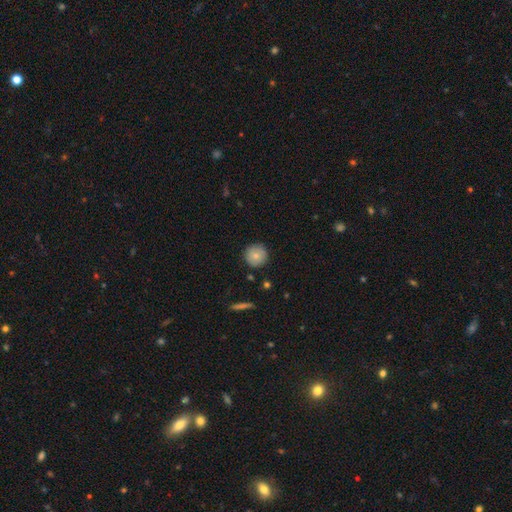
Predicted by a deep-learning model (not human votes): Q: Smooth or featured?
A: smooth (79%); runner-up: featured or disk (13%)
Q: How rounded?
A: round (95%); runner-up: in between (4%)
Q: Merging?
A: none (88%); runner-up: minor disturbance (8%)